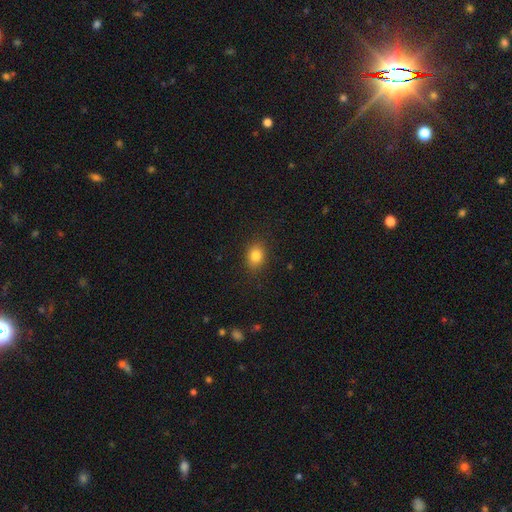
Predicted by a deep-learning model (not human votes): Smooth or featured? Predicted: smooth (p=0.83). How rounded? Predicted: in between (p=0.51). Merging? Predicted: none (p=0.87).